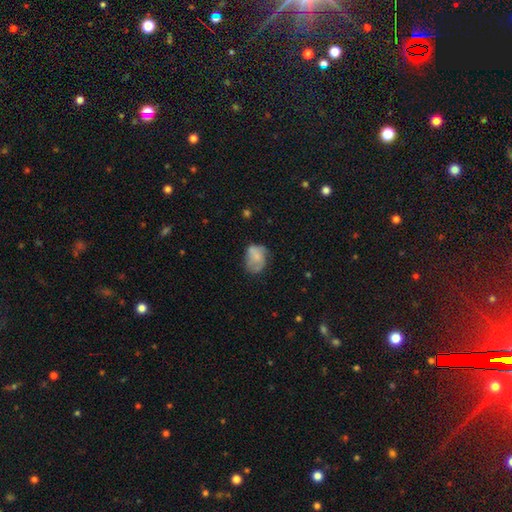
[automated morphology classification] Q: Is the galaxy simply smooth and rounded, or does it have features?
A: smooth — 63%.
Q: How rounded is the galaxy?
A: in between — 67%.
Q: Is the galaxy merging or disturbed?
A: none — 43%.